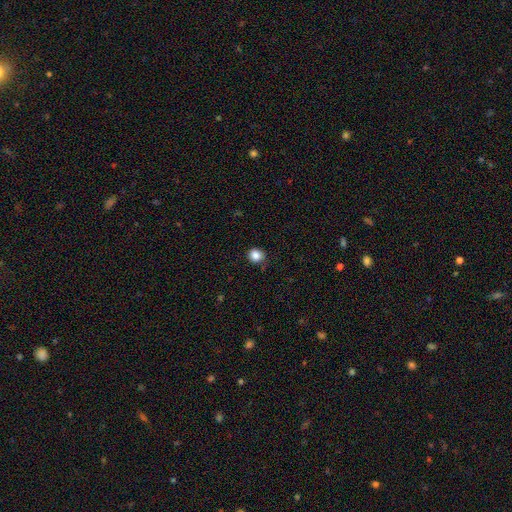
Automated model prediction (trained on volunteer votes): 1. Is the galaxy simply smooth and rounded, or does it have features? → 85% smooth, 11% star or artifact, 4% featured or disk.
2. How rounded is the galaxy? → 80% round, 19% in between, 1% cigar-shaped.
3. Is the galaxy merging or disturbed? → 82% none, 13% minor disturbance, 3% major disturbance, 2% merger.